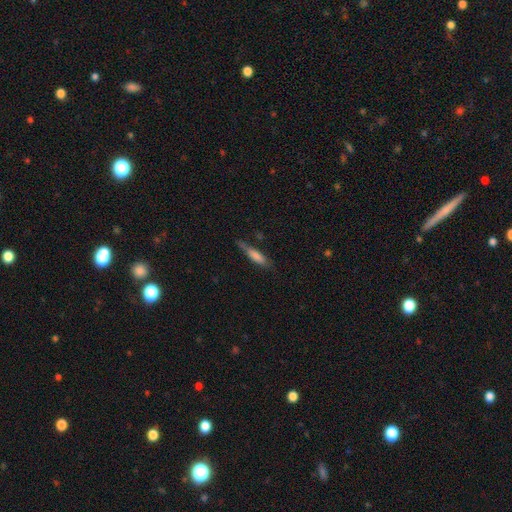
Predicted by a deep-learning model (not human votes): Smooth or featured: smooth — 61% (featured or disk — 30%)
How rounded: cigar-shaped — 81% (in between — 17%)
Merging: none — 68% (minor disturbance — 24%)